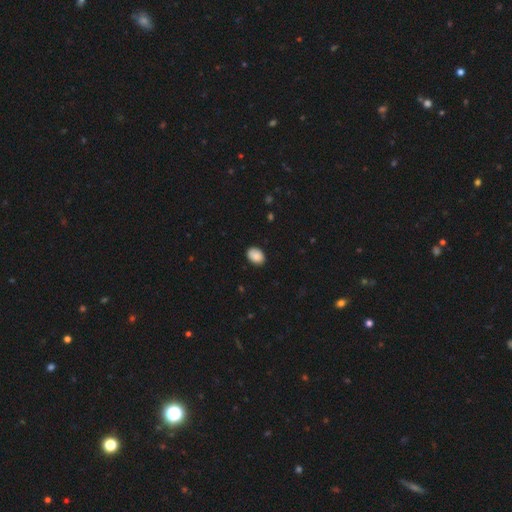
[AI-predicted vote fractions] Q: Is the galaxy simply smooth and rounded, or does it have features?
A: smooth — 89%.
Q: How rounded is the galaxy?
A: in between — 78%.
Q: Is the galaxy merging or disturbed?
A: none — 87%.